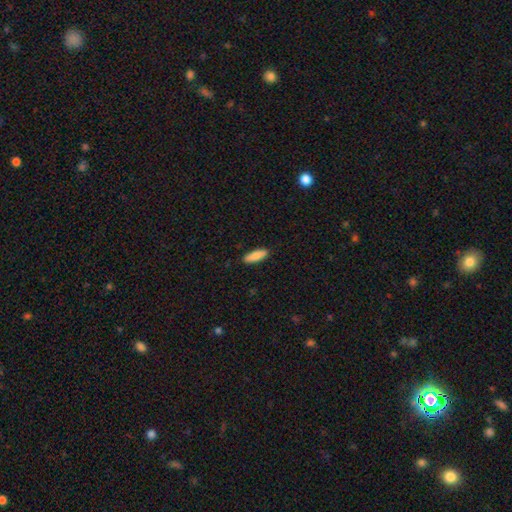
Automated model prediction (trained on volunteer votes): A smooth galaxy with no disk features (86%) that is cigar-shaped (49%, tied with in between). Merging: none (89%).